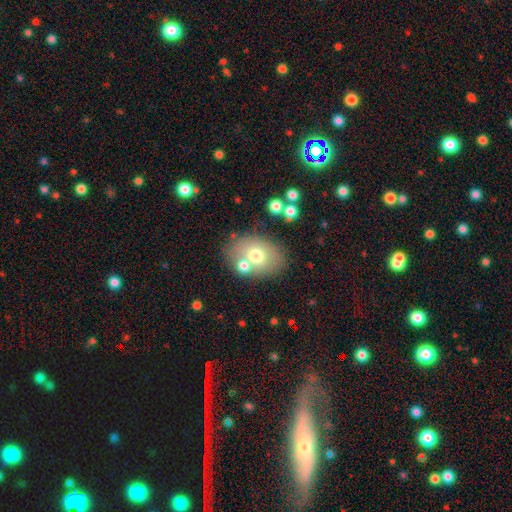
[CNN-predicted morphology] Smooth or featured? smooth (67%)
How rounded? in between (69%)
Merging? none (66%)